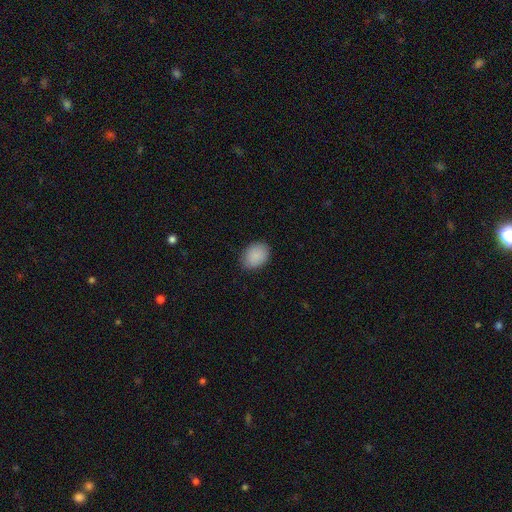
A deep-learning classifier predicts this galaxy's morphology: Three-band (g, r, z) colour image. It shows a smooth galaxy with no disk features (89%) that is in between round and cigar-shaped (69%). Merging: none (82%).